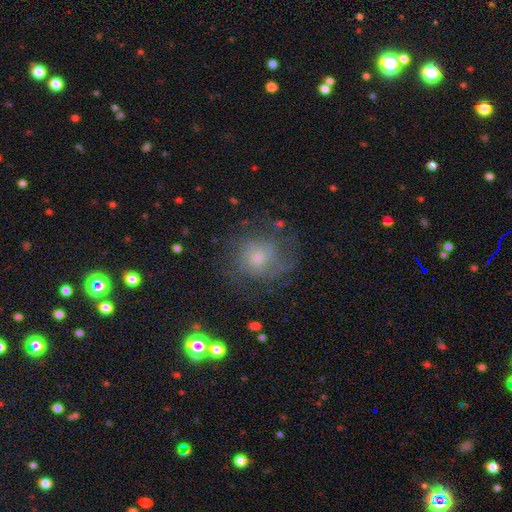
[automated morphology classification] Smooth or featured? Predicted: featured or disk (p=0.45). Merging? Predicted: none (p=0.65).